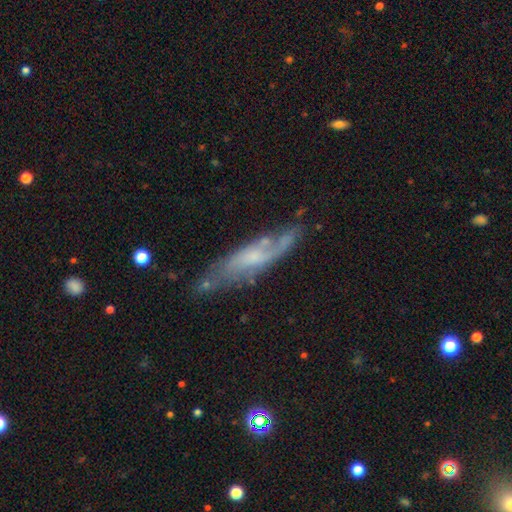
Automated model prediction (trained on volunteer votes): Smooth or featured?
  - featured or disk: 63% *
  - smooth: 30%
  - star or artifact: 7%
Edge-on disk?
  - no: 69% *
  - yes: 31%
Merging?
  - none: 60% *
  - minor disturbance: 24%
  - major disturbance: 10%
  - merger: 6%